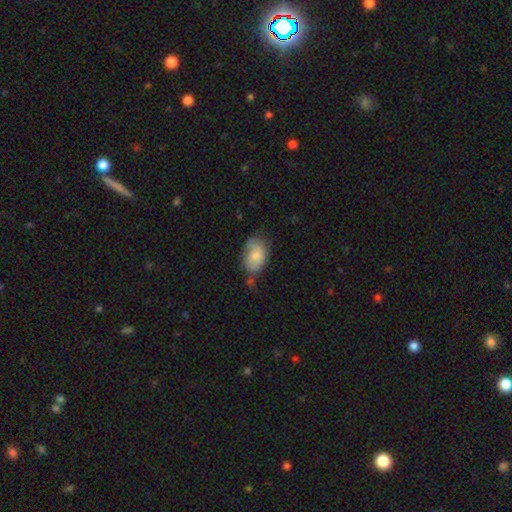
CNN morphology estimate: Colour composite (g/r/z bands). It shows a smooth galaxy with no disk features (72%) that is in between round and cigar-shaped (88%). Merging: none (45%).